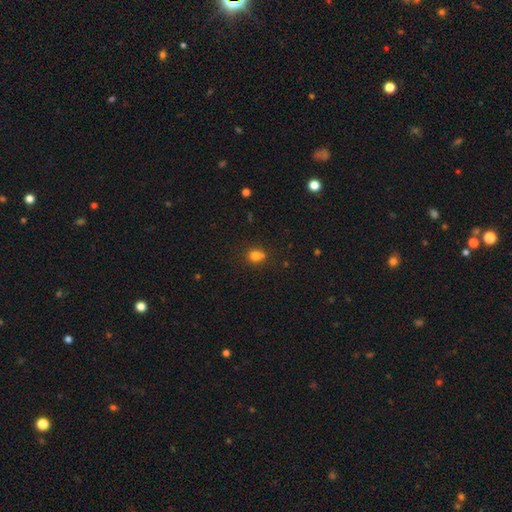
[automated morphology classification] This appears to be a smooth galaxy with no disk features (77%) that is round (76%). Merging: none (60%).